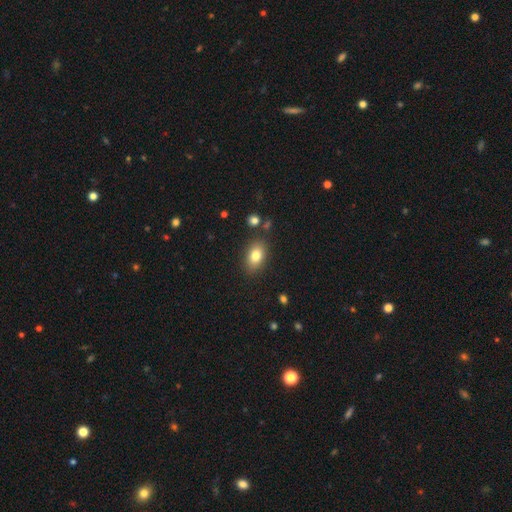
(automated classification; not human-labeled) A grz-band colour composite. It shows a smooth galaxy with no disk features (81%) that is in between round and cigar-shaped (86%). Merging: none (84%).